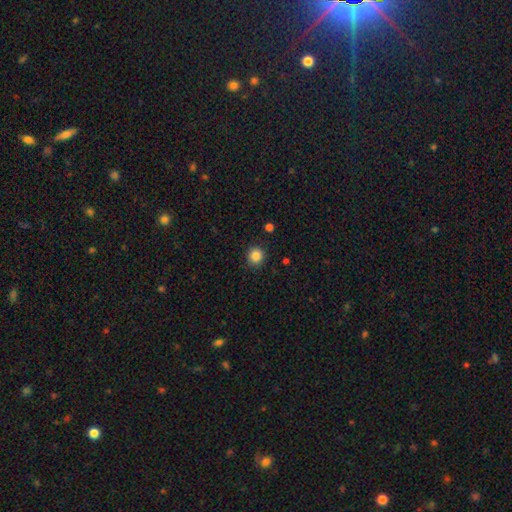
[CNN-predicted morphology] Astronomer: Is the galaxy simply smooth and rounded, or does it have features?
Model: smooth — 86%.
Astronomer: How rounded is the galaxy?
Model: round — 91%.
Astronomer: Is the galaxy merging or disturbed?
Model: none — 90%.